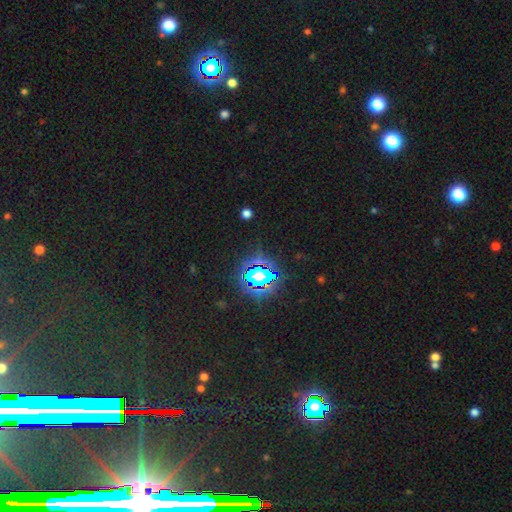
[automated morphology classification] This is clearly a star or artifact rather than a galaxy (83%).